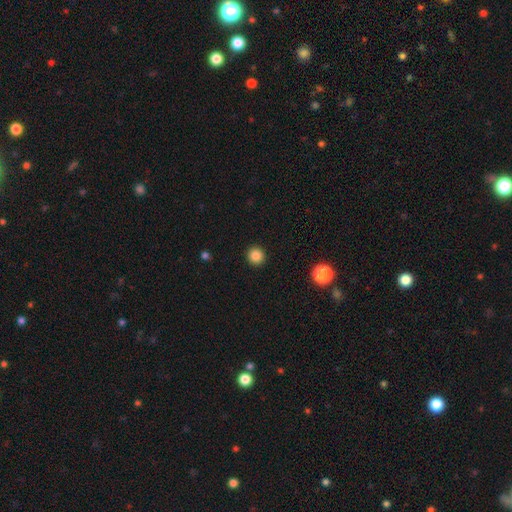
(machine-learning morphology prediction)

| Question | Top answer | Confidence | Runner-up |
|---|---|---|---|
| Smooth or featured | smooth | 85% | star or artifact (11%) |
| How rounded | round | 93% | in between (6%) |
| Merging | none | 93% | minor disturbance (5%) |